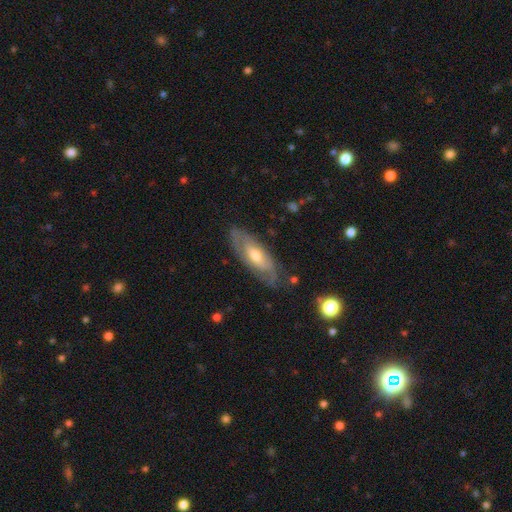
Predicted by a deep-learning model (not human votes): The model was most divided on "smooth or featured": featured or disk: 63%, smooth: 31%, star or artifact: 6%. More confident: edge-on disk — no (77%); merging — none (73%).